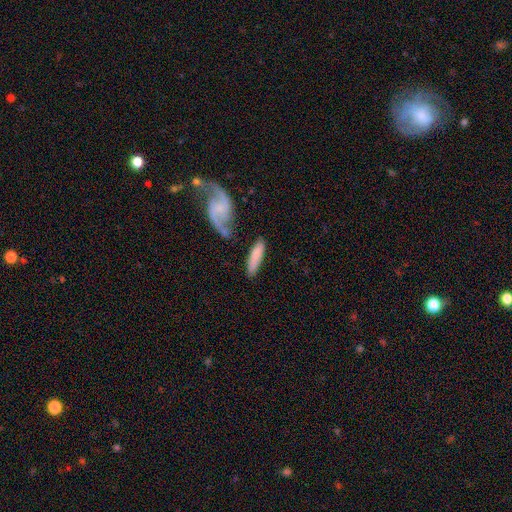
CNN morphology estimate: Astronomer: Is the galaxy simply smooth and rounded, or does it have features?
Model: smooth — 74%.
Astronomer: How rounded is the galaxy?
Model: cigar-shaped — 67%.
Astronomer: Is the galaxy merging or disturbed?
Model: none — 64%.